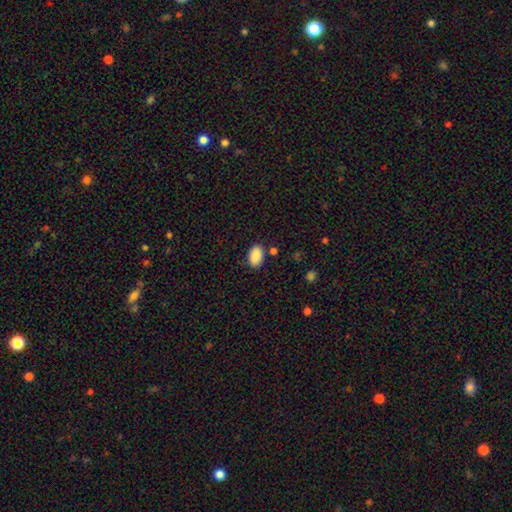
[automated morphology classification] Smooth or featured? Predicted: smooth (p=0.90). How rounded? Predicted: in between (p=0.92). Merging? Predicted: none (p=0.82).